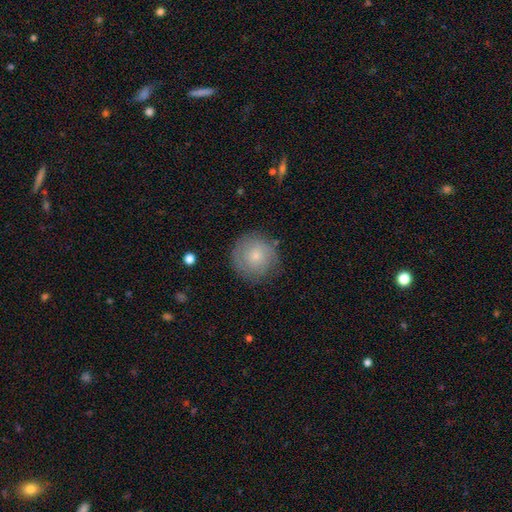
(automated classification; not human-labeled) Smooth or featured: smooth — 57% (featured or disk — 36%)
How rounded: round — 94% (in between — 5%)
Merging: none — 81% (minor disturbance — 13%)